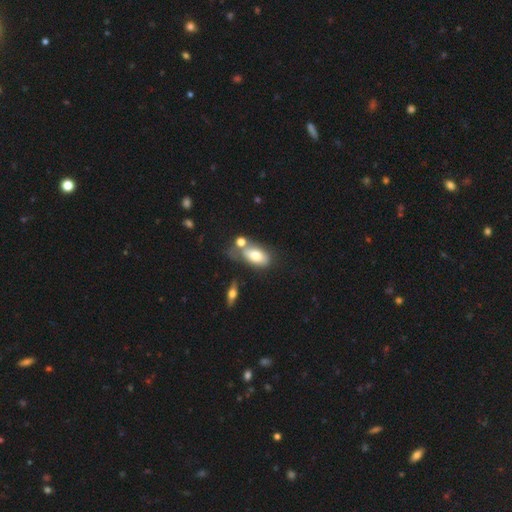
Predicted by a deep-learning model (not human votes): Smooth or featured? Predicted: smooth (p=0.72). How rounded? Predicted: in between (p=0.89). Merging? Predicted: none (p=0.43).